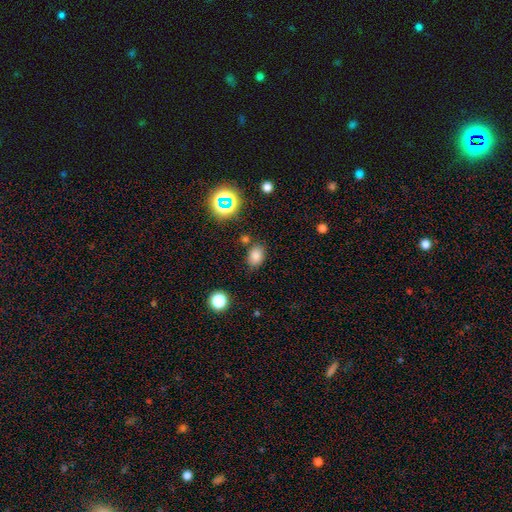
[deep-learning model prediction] Overall: smooth (78%). How rounded: in between (72%). Merging: none (77%).